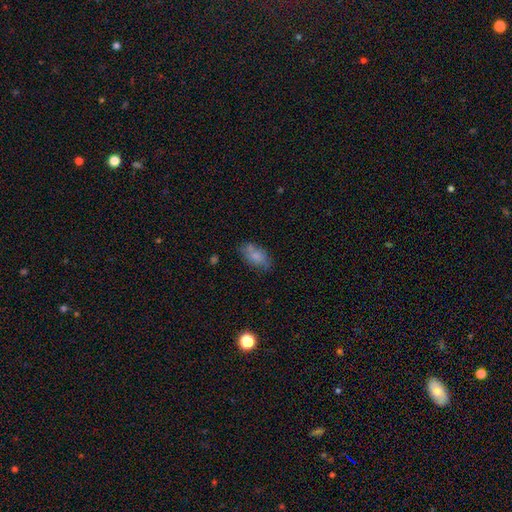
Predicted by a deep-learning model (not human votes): Overall: smooth (77%). How rounded: in between (90%). Merging: none (62%).